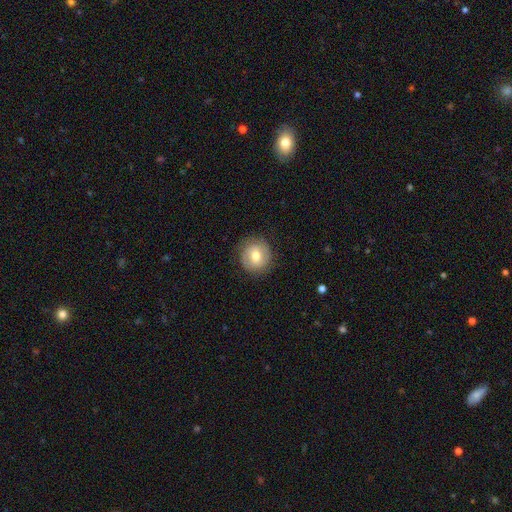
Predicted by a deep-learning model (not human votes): Overall: smooth (63%; featured or disk 29%). How rounded: round (89%). Merging: none (85%).